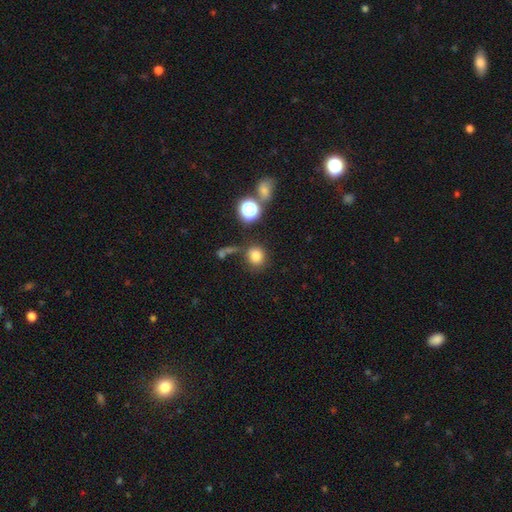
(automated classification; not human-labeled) Smooth or featured: smooth — 78% (star or artifact — 15%)
How rounded: round — 83% (in between — 16%)
Merging: none — 74% (minor disturbance — 11%)